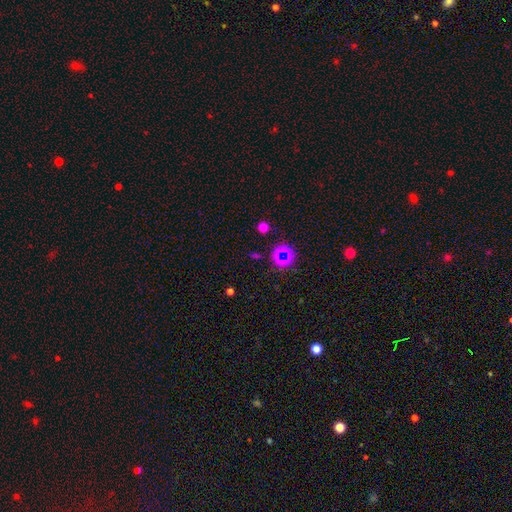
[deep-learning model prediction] smooth-or-featured: star or artifact: 54% | smooth: 38% | featured or disk: 7%